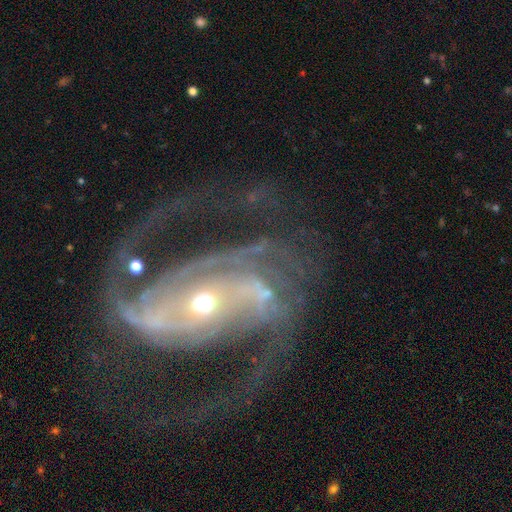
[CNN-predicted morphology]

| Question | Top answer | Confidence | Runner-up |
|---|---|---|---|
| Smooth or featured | featured or disk | 91% | star or artifact (6%) |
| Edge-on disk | no | 97% | yes (3%) |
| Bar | strong | 36% | no (33%) |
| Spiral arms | yes | 98% | no (2%) |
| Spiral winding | medium | 52% | loose (25%) |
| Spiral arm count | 2 | 60% | 3 (16%) |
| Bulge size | small | 54% | moderate (41%) |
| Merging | none | 57% | major disturbance (24%) |